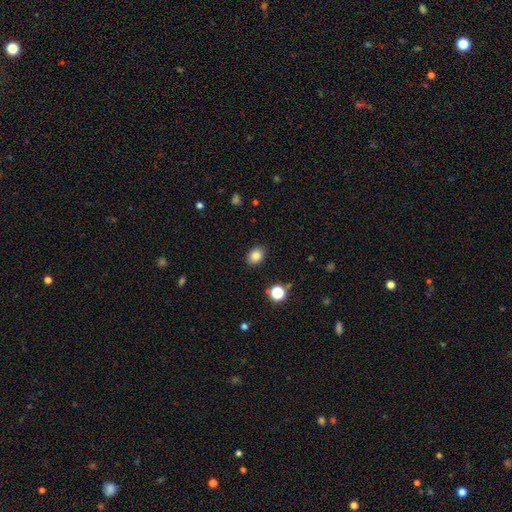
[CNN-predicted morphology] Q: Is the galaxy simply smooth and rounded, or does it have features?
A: smooth — 83%.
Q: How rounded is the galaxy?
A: in between — 64%.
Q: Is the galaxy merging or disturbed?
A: none — 87%.